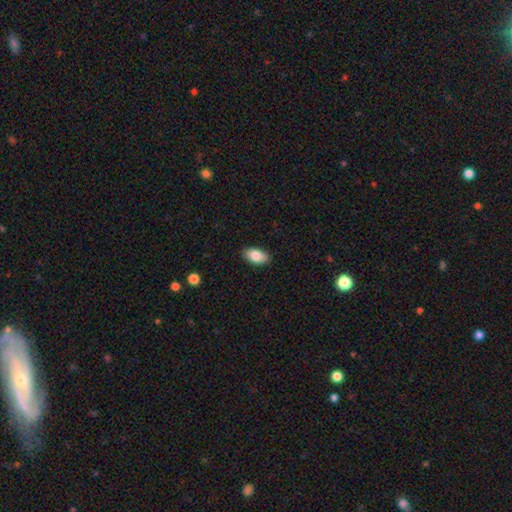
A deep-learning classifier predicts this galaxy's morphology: smooth_or_featured: smooth (p=0.85) [alt: featured or disk p=0.08]
how_rounded: in between (p=0.94) [alt: round p=0.04]
merging: none (p=0.88) [alt: minor disturbance p=0.09]